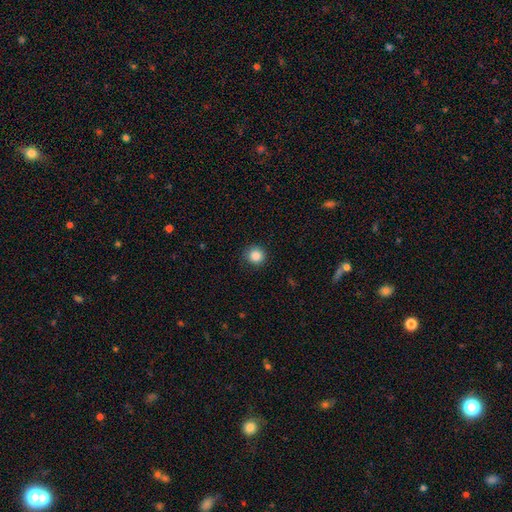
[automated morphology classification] Smooth or featured? Predicted: smooth (p=0.87). How rounded? Predicted: round (p=0.93). Merging? Predicted: none (p=0.87).